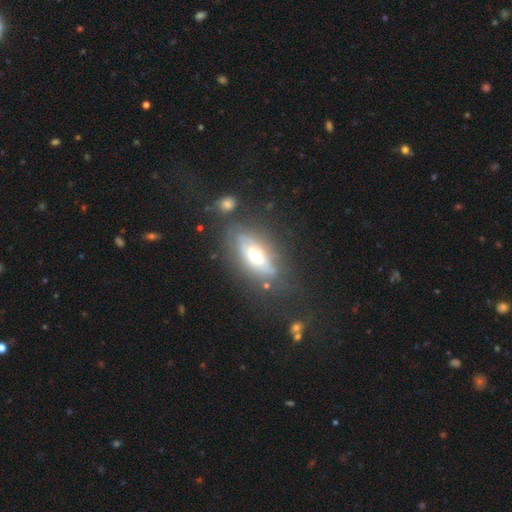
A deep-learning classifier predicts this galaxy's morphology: This is possibly a featured or disk galaxy (60%). It is likely not viewed edge-on (63%). Merging: likely none (66%).